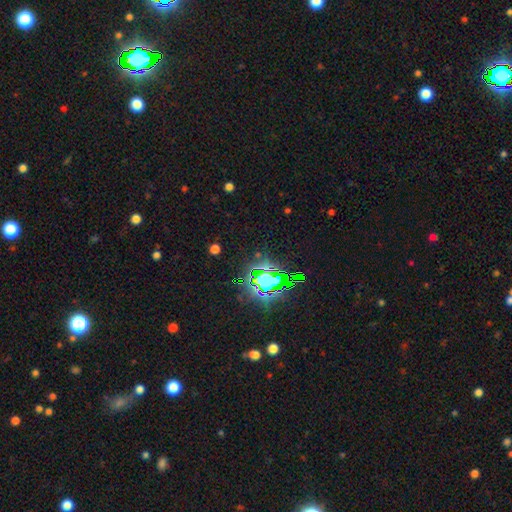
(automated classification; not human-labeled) This is clearly a star or artifact rather than a galaxy (83%).